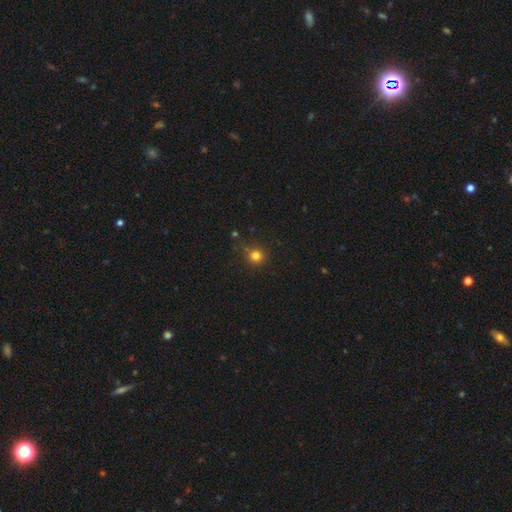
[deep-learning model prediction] A smooth galaxy with no disk features (81%) that is round (93%). Merging: none (79%).